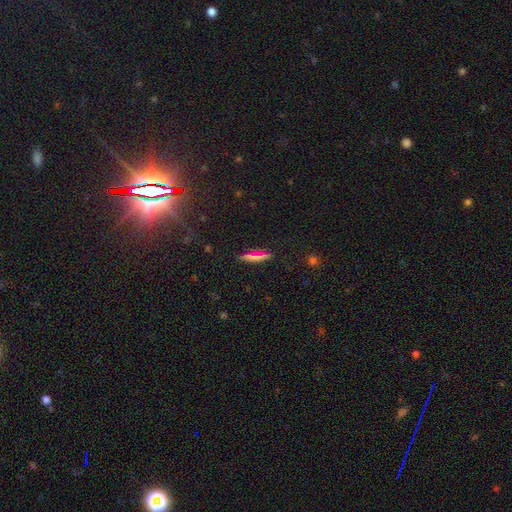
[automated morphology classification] Smooth or featured: smooth — 67% (featured or disk — 20%)
How rounded: cigar-shaped — 84% (in between — 13%)
Merging: none — 88% (minor disturbance — 8%)